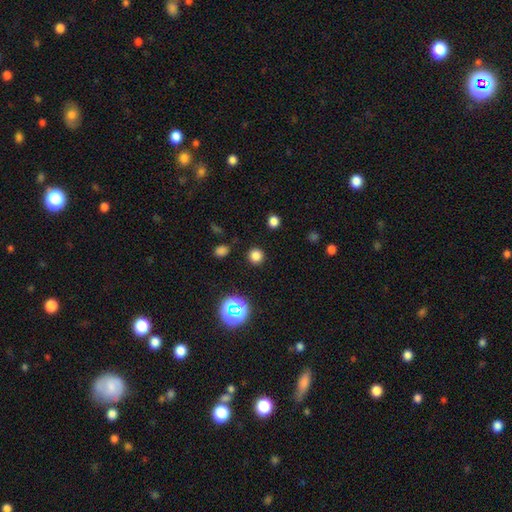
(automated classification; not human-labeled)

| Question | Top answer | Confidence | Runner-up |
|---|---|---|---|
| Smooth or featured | smooth | 78% | star or artifact (18%) |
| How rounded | round | 93% | in between (6%) |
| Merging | none | 90% | minor disturbance (6%) |